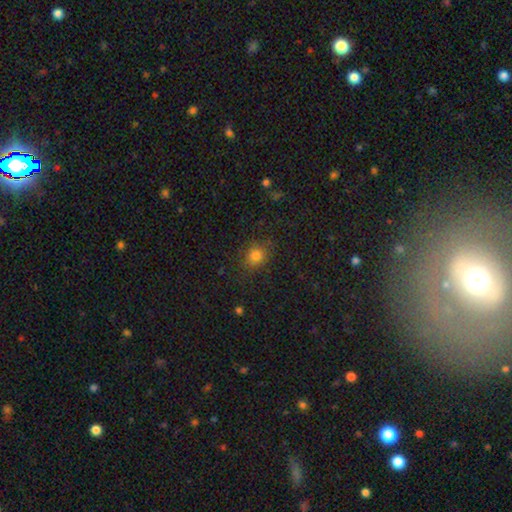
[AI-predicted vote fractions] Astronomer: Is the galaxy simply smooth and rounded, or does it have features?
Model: smooth — 81%.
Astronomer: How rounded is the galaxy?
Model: round — 77%.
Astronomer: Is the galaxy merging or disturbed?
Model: none — 85%.